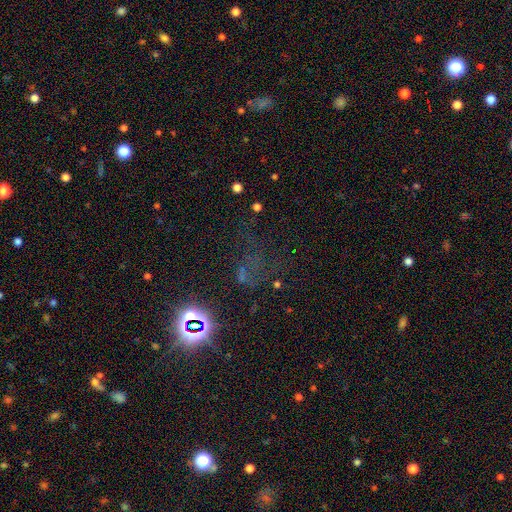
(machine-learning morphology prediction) Smooth or featured?
  - star or artifact: 72% *
  - smooth: 18%
  - featured or disk: 11%